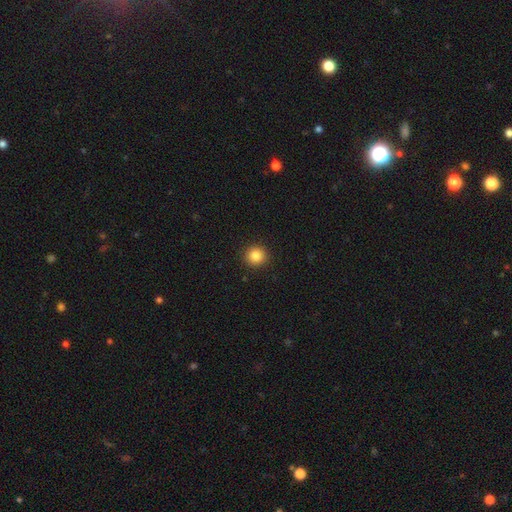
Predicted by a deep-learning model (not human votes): This appears to be a smooth galaxy with no disk features (84%) that is round (92%). Merging: none (92%).